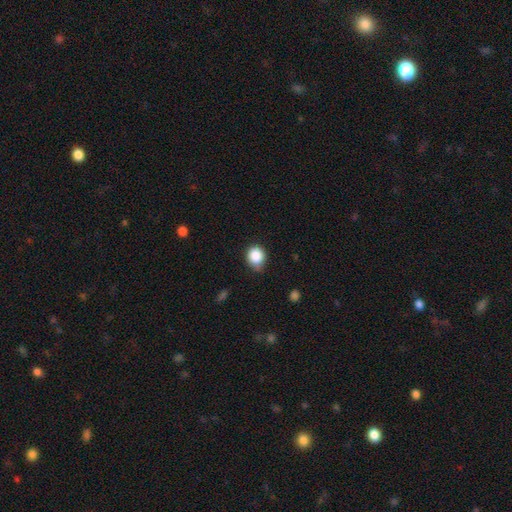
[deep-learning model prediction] Morphology: type=smooth (86%); roundness=round (75%); merging=none (62%).